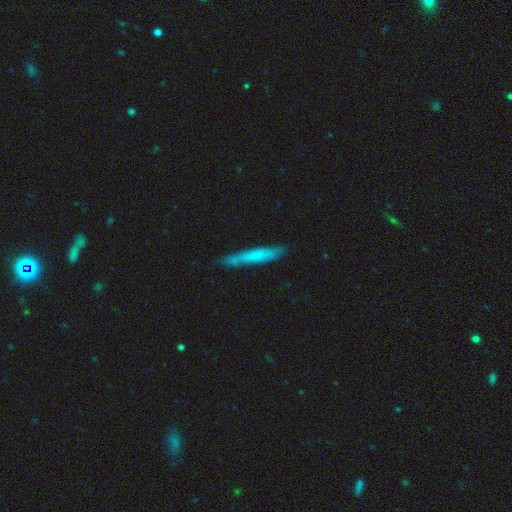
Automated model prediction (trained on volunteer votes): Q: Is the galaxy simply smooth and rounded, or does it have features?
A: smooth — 62%.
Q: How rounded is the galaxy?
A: cigar-shaped — 94%.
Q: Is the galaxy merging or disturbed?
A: none — 77%.